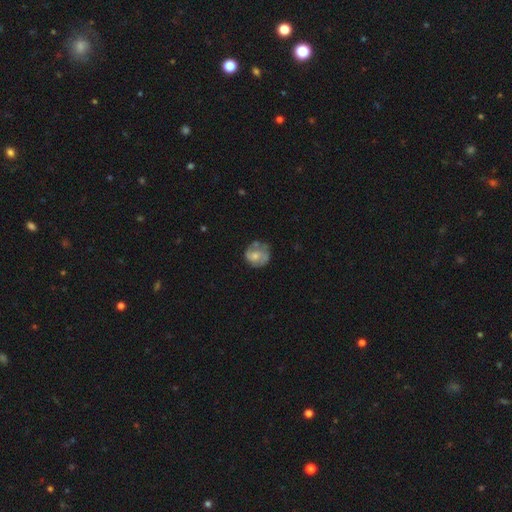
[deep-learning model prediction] Smooth or featured: featured or disk — 48% (smooth — 45%)
Merging: none — 58% (minor disturbance — 26%)